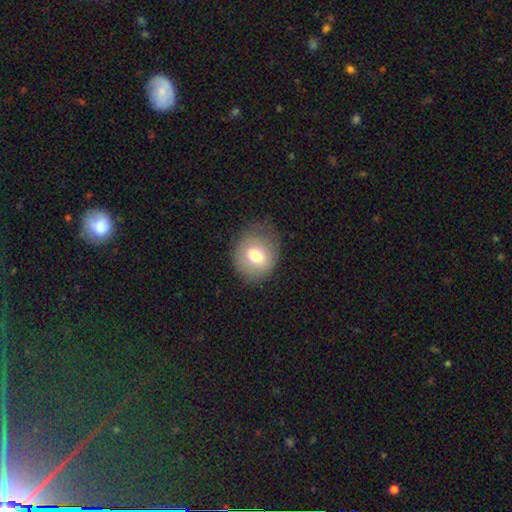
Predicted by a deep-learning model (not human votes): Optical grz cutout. It shows a smooth galaxy with no disk features (69%) that is round (66%). Merging: none (68%).